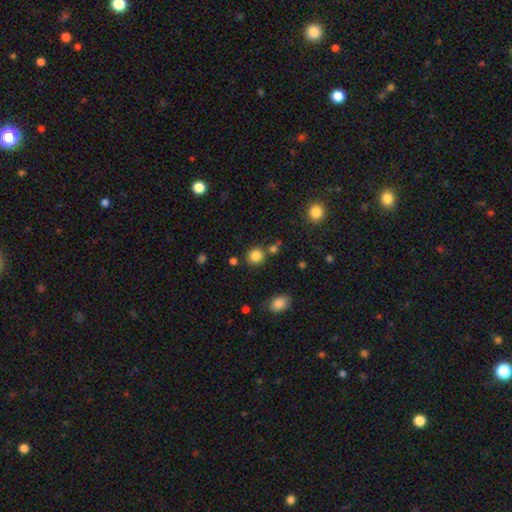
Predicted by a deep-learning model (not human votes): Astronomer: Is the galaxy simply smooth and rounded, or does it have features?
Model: smooth — 83%.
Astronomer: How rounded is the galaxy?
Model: round — 88%.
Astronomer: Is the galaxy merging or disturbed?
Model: none — 79%.